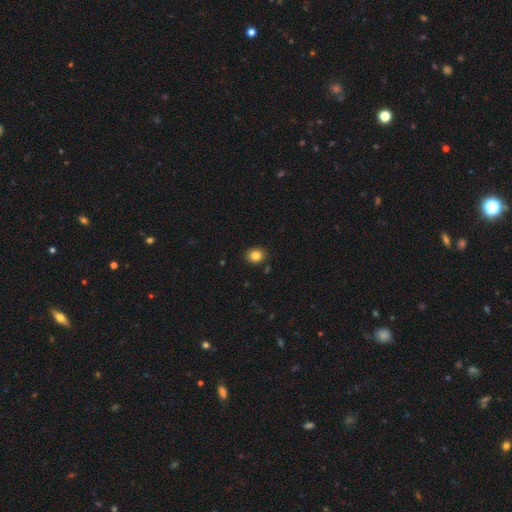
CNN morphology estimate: Smooth or featured? smooth (84%)
How rounded? round (68%)
Merging? none (88%)